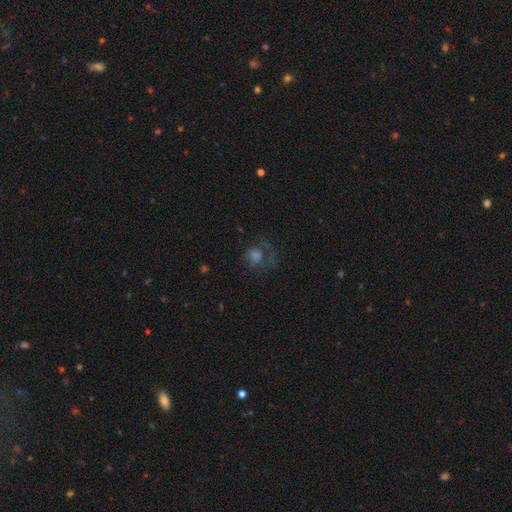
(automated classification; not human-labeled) Smooth or featured? Predicted: featured or disk (p=0.43). Merging? Predicted: none (p=0.44).